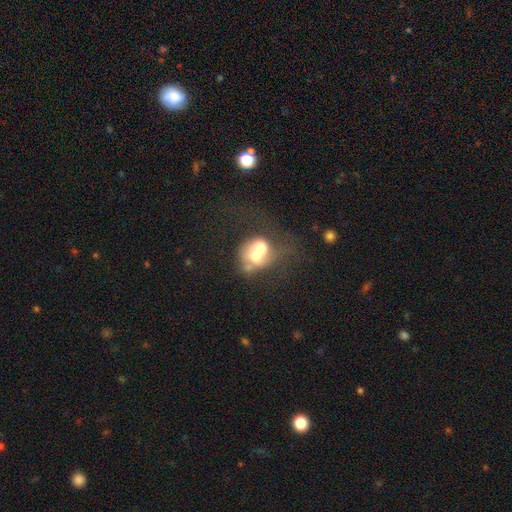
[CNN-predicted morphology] smooth_or_featured: smooth (p=0.52) [alt: featured or disk p=0.38]
how_rounded: round (p=0.60) [alt: in between p=0.39]
merging: merger (p=0.68) [alt: none p=0.16]